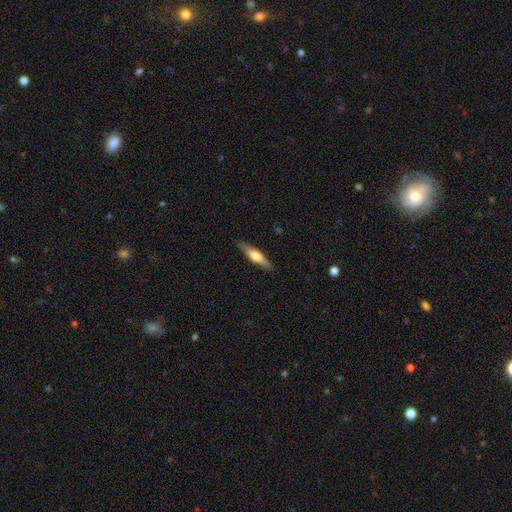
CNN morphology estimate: smooth_or_featured: smooth (p=0.48) [alt: featured or disk p=0.47]
merging: none (p=0.88) [alt: minor disturbance p=0.09]